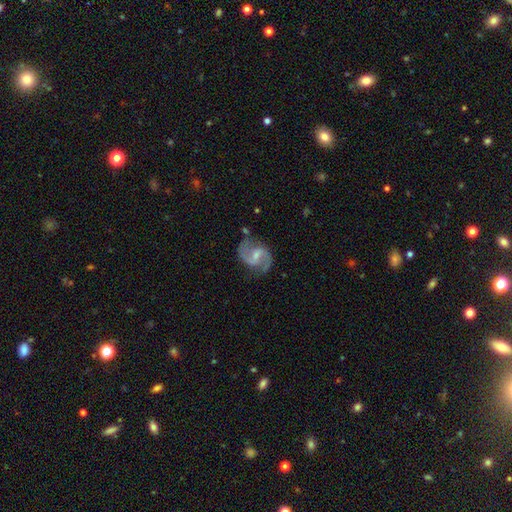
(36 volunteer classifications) Smooth or featured? 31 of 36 (86%) said featured or disk. Edge-on disk? 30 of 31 (97%) said no. Bar? 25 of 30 (83%) said weak. Spiral arms? 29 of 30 (97%) said yes. Spiral winding? 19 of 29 (66%) said medium. Spiral arm count? 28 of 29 (97%) said 2. Bulge size? 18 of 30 (60%) said small. Merging? 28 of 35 (80%) said none.